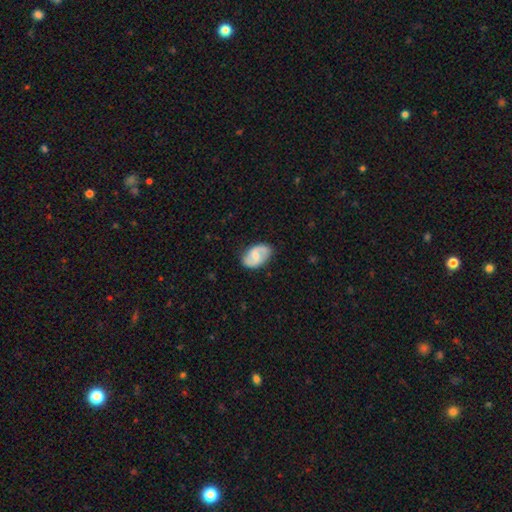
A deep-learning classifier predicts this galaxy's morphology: type=featured or disk (67%); edge-on=no (97%); bar=weak (48%); spiral arms=yes (91%); winding=medium (45%); arm count=2 (89%); bulge=moderate (46%); merging=none (81%).